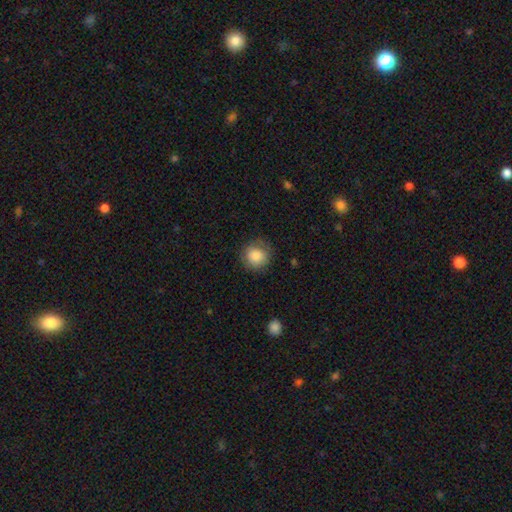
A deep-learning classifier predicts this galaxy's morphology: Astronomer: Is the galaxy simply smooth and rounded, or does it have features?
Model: smooth — 86%.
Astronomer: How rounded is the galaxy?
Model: round — 91%.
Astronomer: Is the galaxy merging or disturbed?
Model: none — 80%.